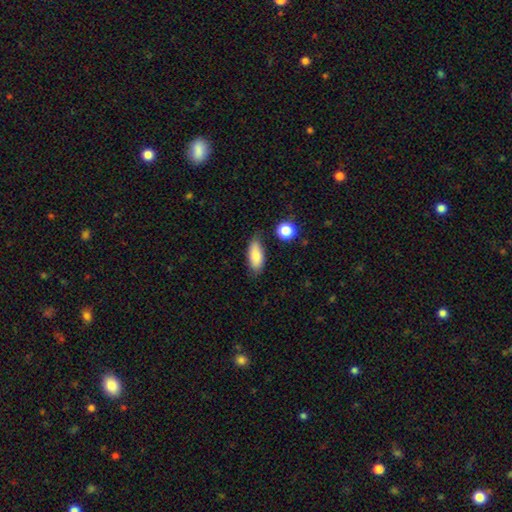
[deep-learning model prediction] Overall: smooth (84%). How rounded: in between (83%). Merging: none (73%).